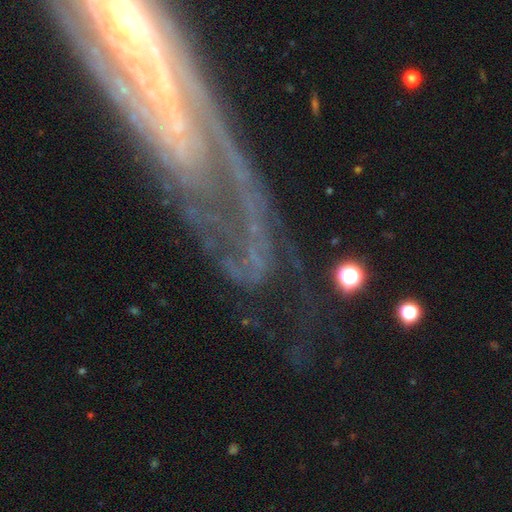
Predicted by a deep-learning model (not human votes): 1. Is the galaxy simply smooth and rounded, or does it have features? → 74% featured or disk, 14% star or artifact, 13% smooth.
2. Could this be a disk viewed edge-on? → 83% no, 17% yes.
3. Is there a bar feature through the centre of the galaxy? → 44% no, 28% weak, 28% strong.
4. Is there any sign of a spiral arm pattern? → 85% yes, 15% no.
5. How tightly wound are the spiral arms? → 45% tight, 37% medium, 18% loose.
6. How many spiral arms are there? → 46% 2, 22% can't tell, 9% 3, 8% 1, 7% 4, 7% more than 4.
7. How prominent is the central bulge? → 55% small, 23% moderate, 13% none, 6% large, 3% dominant.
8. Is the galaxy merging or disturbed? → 60% none, 17% minor disturbance, 17% major disturbance, 6% merger.